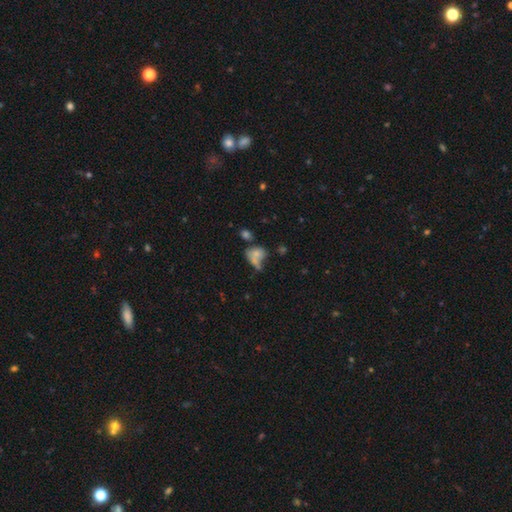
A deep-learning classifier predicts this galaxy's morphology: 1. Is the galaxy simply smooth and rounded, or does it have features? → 67% smooth, 19% featured or disk, 14% star or artifact.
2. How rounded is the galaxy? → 55% in between, 42% round, 3% cigar-shaped.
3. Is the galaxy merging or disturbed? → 37% merger, 32% none, 16% minor disturbance, 15% major disturbance.